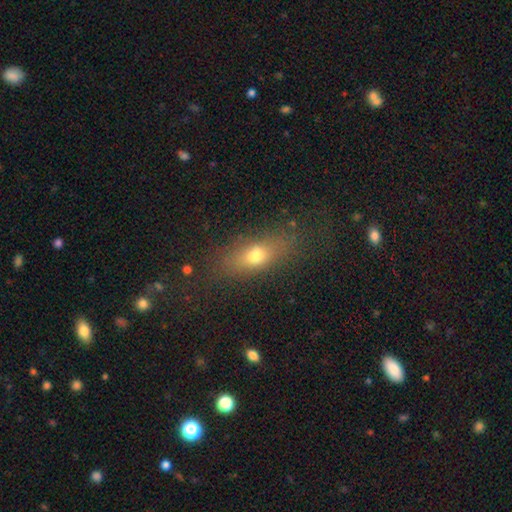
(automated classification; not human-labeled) This is likely a smooth galaxy (70%). How rounded: likely in between (67%). Merging: likely none (76%).